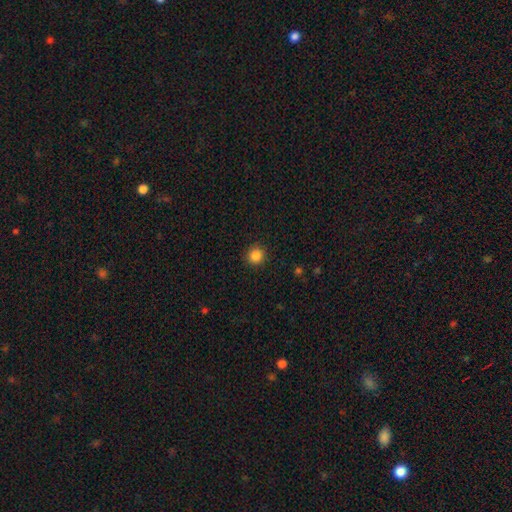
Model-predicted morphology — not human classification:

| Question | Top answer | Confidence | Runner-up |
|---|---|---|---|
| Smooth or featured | smooth | 85% | star or artifact (11%) |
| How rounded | round | 93% | in between (6%) |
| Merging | none | 91% | minor disturbance (6%) |